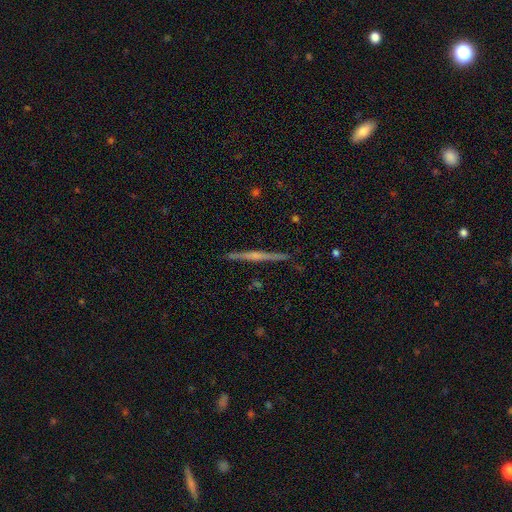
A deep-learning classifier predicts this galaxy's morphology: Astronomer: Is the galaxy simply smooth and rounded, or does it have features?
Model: featured or disk — 72%.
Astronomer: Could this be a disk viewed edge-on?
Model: yes — 98%.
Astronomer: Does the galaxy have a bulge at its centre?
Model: rounded — 52% (runner-up: none, 39%).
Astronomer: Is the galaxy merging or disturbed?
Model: none — 91%.